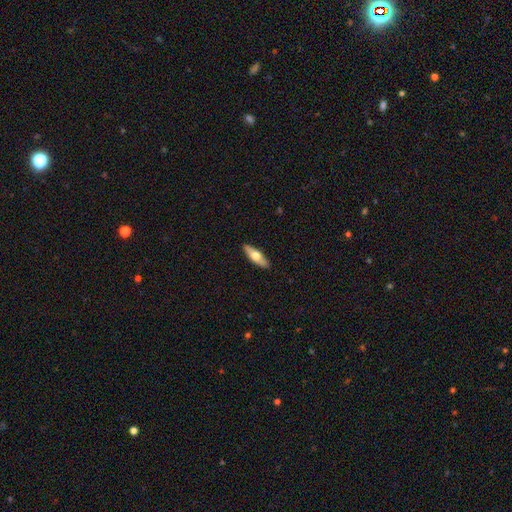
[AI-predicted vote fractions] Smooth or featured?
  - smooth: 53% *
  - featured or disk: 42%
  - star or artifact: 5%
How rounded?
  - in between: 49% *
  - cigar-shaped: 48%
  - round: 3%
Merging?
  - none: 90% *
  - minor disturbance: 8%
  - major disturbance: 2%
  - merger: 1%